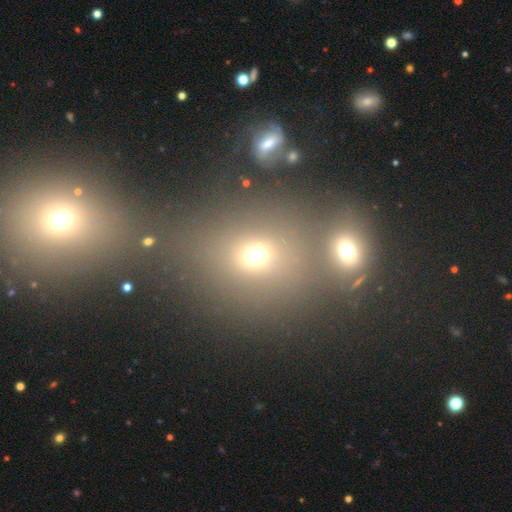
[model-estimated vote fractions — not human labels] smooth 68%, star or artifact 19%, featured or disk 13%. Down the decision tree: how rounded — round (63%); merging — none (49%).